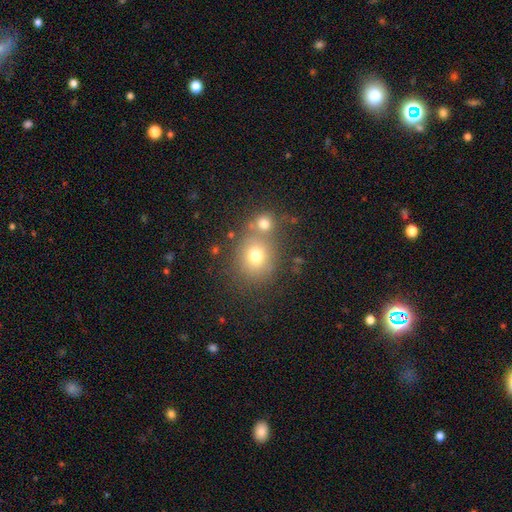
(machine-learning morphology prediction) Smooth or featured?
  - smooth: 72% *
  - star or artifact: 14%
  - featured or disk: 13%
How rounded?
  - round: 74% *
  - in between: 26%
  - cigar-shaped: 1%
Merging?
  - none: 54% *
  - merger: 31%
  - minor disturbance: 10%
  - major disturbance: 4%